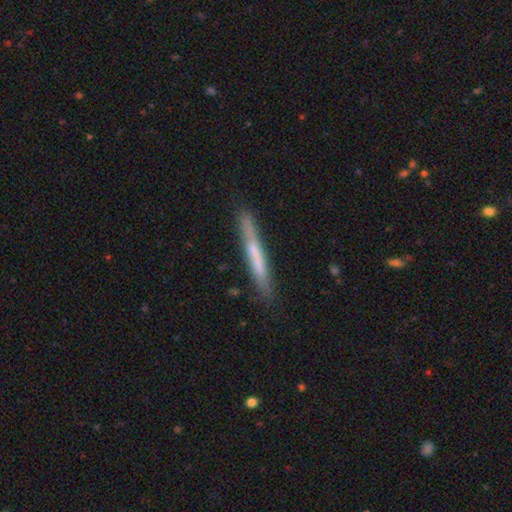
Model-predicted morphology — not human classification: Smooth or featured?
  - smooth: 50% *
  - featured or disk: 44%
  - star or artifact: 6%
How rounded?
  - cigar-shaped: 96% *
  - in between: 3%
  - round: 1%
Merging?
  - none: 86% *
  - minor disturbance: 10%
  - major disturbance: 2%
  - merger: 2%